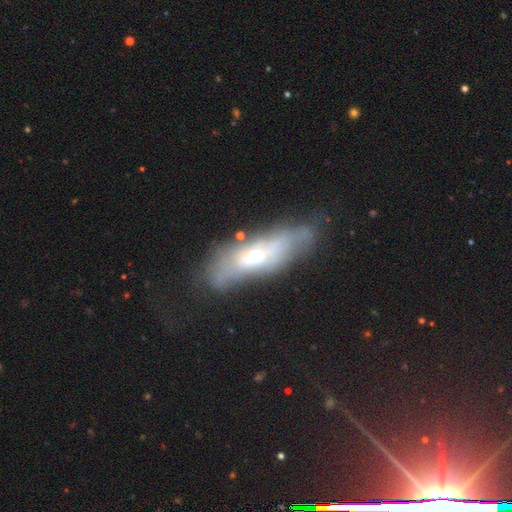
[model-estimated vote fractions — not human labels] This is possibly a featured or disk galaxy (60%). It is likely not viewed edge-on (67%). Merging: possibly none (51%).